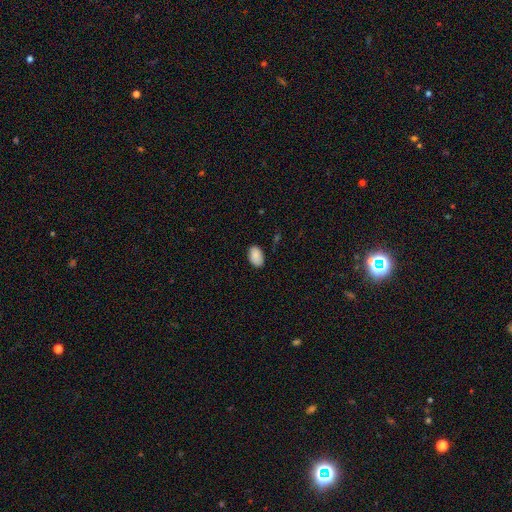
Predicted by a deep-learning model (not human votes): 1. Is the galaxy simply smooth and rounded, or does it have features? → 89% smooth, 7% star or artifact, 4% featured or disk.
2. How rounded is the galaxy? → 91% in between, 8% round, 1% cigar-shaped.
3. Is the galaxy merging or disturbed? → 83% none, 13% minor disturbance, 3% major disturbance, 1% merger.